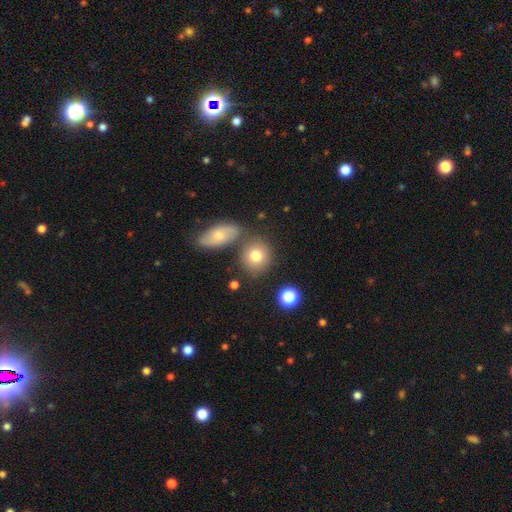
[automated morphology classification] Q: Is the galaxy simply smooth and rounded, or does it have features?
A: smooth — 77%.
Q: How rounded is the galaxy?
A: round — 79%.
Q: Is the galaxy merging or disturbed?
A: none — 70%.